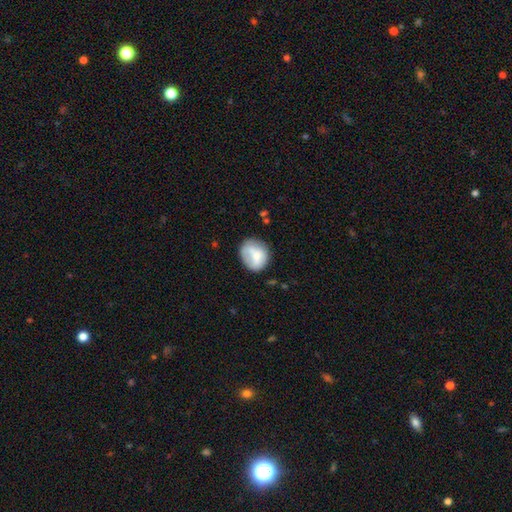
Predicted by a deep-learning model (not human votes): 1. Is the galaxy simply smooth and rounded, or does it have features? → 71% smooth, 22% featured or disk, 8% star or artifact.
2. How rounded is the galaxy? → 61% round, 38% in between, 1% cigar-shaped.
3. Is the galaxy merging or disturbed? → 61% none, 25% minor disturbance, 10% major disturbance, 4% merger.